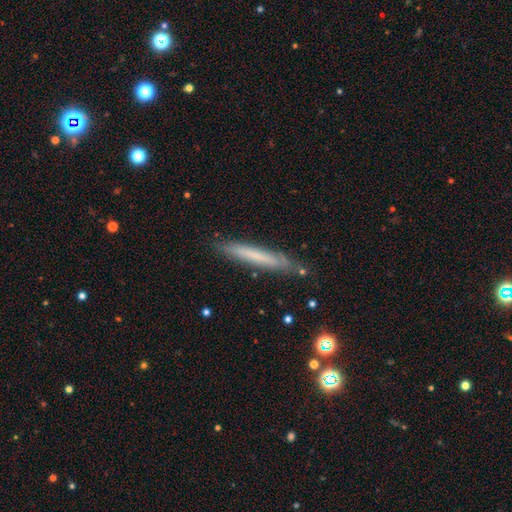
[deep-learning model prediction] smooth-or-featured: smooth: 60% | featured or disk: 33% | star or artifact: 7%
  how-rounded: cigar-shaped: 95% | in between: 4% | round: 1%
  merging: none: 83% | minor disturbance: 13% | major disturbance: 3% | merger: 2%